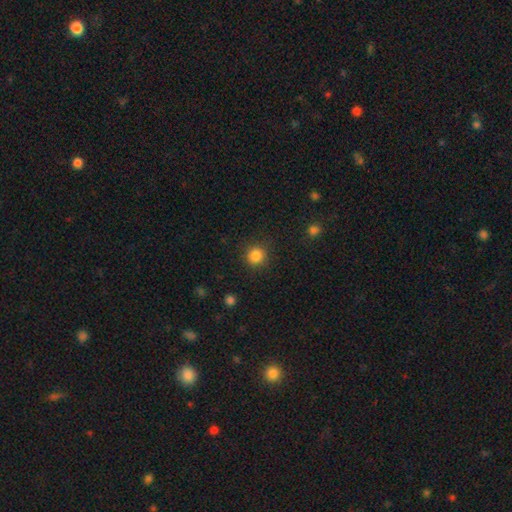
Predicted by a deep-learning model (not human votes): A smooth galaxy with no disk features (84%) that is round (93%). Merging: none (89%).